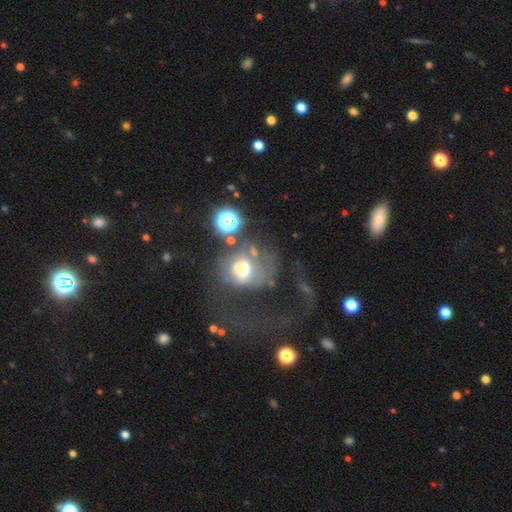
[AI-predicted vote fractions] The model was most divided on "smooth or featured": featured or disk: 46%, smooth: 37%, star or artifact: 17%. More confident: merging — major disturbance (56%).